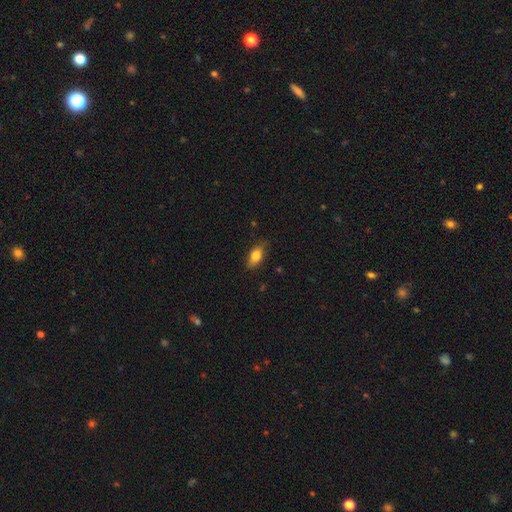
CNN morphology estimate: Smooth or featured? Predicted: smooth (p=0.78). How rounded? Predicted: in between (p=0.84). Merging? Predicted: none (p=0.78).